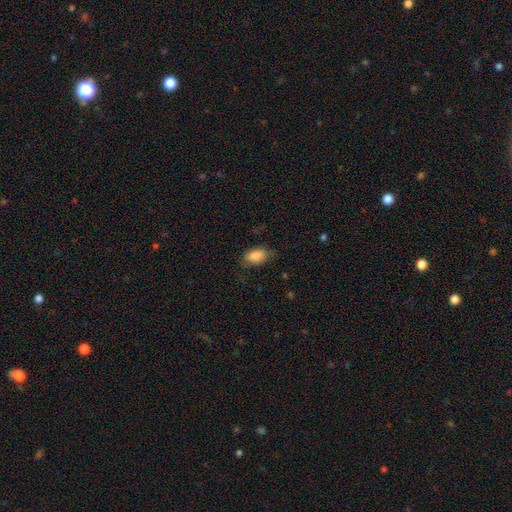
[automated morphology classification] Overall: smooth (86%). How rounded: in between (91%). Merging: none (68%).